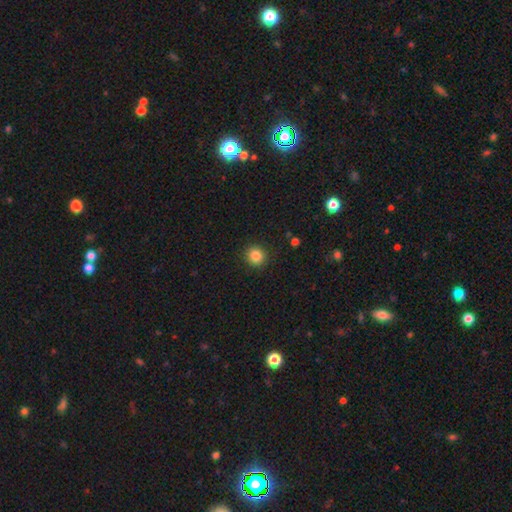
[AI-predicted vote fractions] Morphology: type=smooth (85%); roundness=round (91%); merging=none (91%).